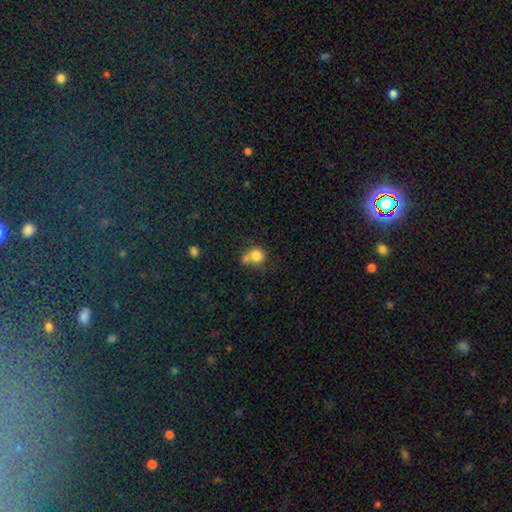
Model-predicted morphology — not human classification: Smooth or featured: smooth — 80% (star or artifact — 11%)
How rounded: round — 82% (in between — 17%)
Merging: none — 43% (merger — 36%)